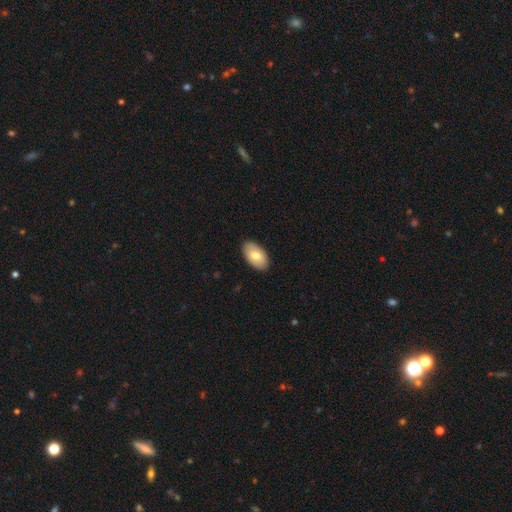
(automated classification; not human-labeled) smooth 73%, featured or disk 21%, star or artifact 6%. Down the decision tree: how rounded — in between (95%); merging — none (90%).